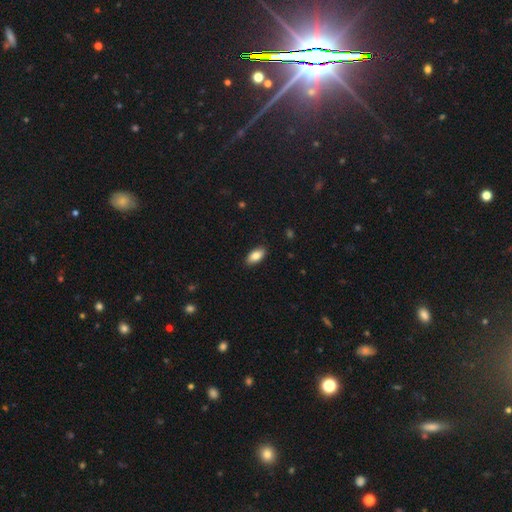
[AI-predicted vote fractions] smooth-or-featured: smooth: 84% | featured or disk: 9% | star or artifact: 7%
  how-rounded: in between: 92% | cigar-shaped: 5% | round: 3%
  merging: none: 89% | minor disturbance: 8% | major disturbance: 2% | merger: 1%